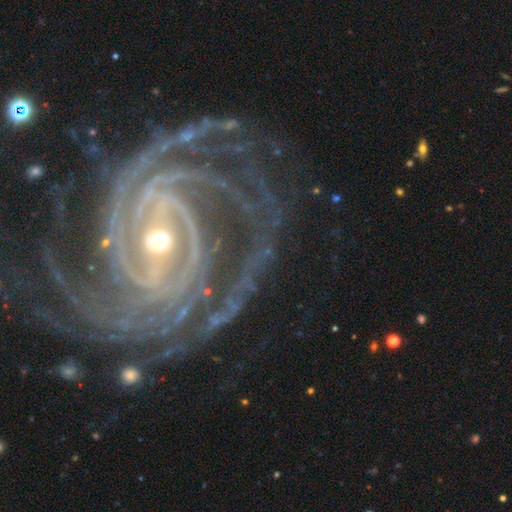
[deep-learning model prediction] The model was most divided on "spiral arm count": more than 4: 25%, 4: 23%, 3: 17%, can't tell: 13%, 2: 13%, 1: 9%. Remaining: spiral arms — yes (99%); edge-on disk — no (97%); smooth or featured — featured or disk (92%); spiral winding — tight (79%); merging — none (74%); bulge size — moderate (49%); bar — strong (47%).